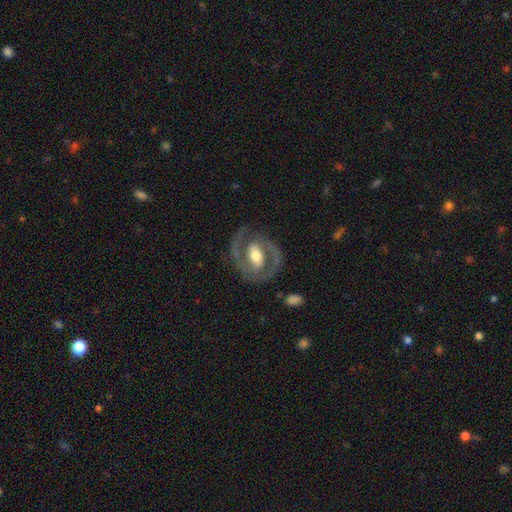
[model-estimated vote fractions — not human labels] This is clearly a featured or disk galaxy (88%). It is clearly not viewed edge-on (97%). Bar: marginally strong (44%). Spiral arm pattern: clearly yes (93%). Spiral arm count: clearly 2 (91%). Spiral winding: possibly medium (50%). Central bulge: likely moderate (67%). Merging: clearly none (82%).